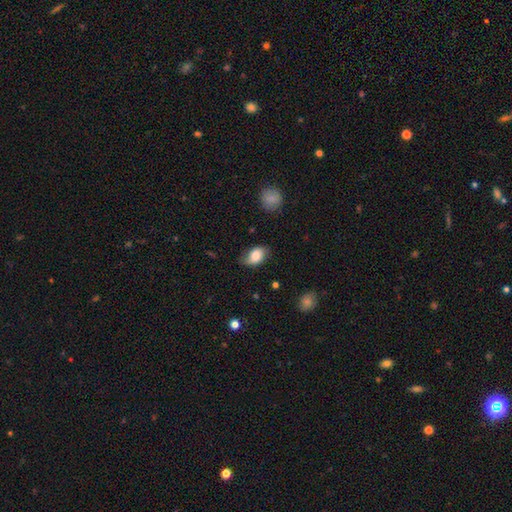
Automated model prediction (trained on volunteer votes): Smooth or featured? Predicted: smooth (p=0.77). How rounded? Predicted: in between (p=0.86). Merging? Predicted: none (p=0.58).